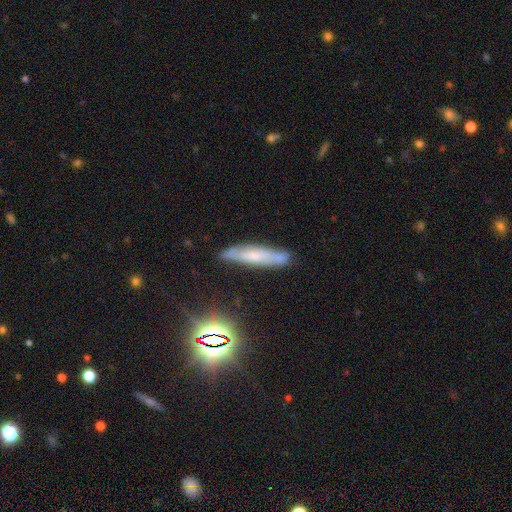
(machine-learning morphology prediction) A smooth galaxy with no disk features (44%).

Vote fractions:
- Smooth or featured? smooth: 44% / featured or disk: 41% / star or artifact: 15%
- Merging? none: 78% / minor disturbance: 16% / major disturbance: 3% / merger: 3%